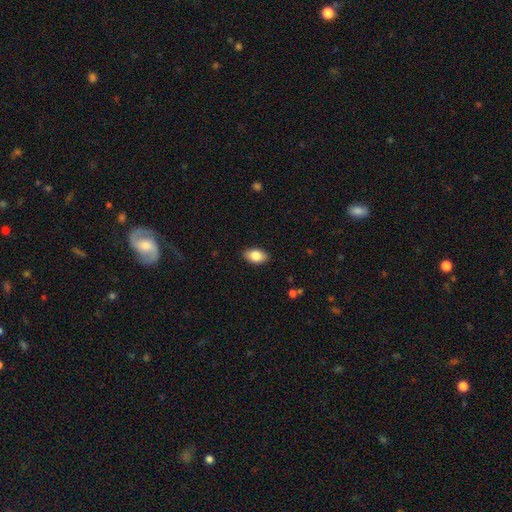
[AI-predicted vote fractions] This appears to be a smooth galaxy with no disk features (83%) that is in between round and cigar-shaped (92%). Merging: none (89%).